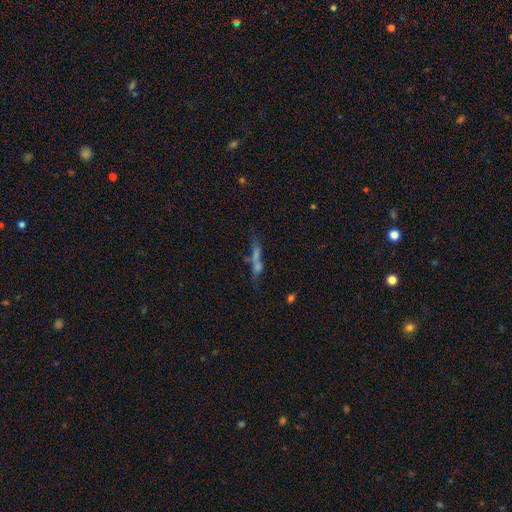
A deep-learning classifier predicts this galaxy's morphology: type=featured or disk (41%); merging=none (51%).